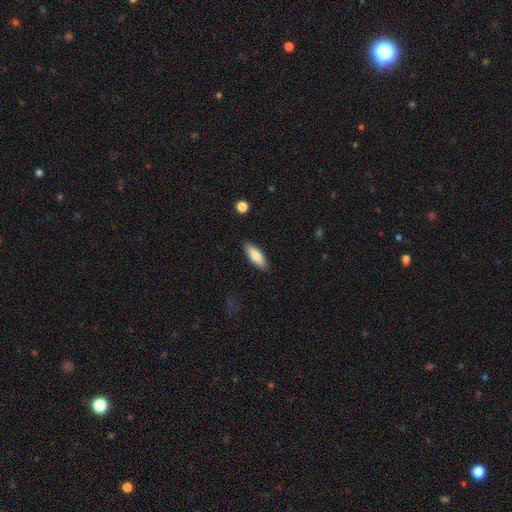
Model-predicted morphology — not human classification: type=smooth (80%); roundness=in between (62%); merging=none (88%).